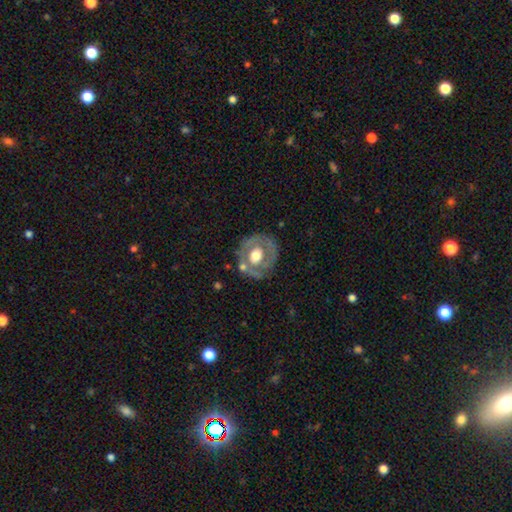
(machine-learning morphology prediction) The model was most divided on "bulge size": moderate: 51%, large: 41%, small: 4%, dominant: 3%, none: 1%. More confident: edge-on disk — no (95%); bar — no (79%); spiral arms — no (71%); merging — none (68%); smooth or featured — featured or disk (59%).